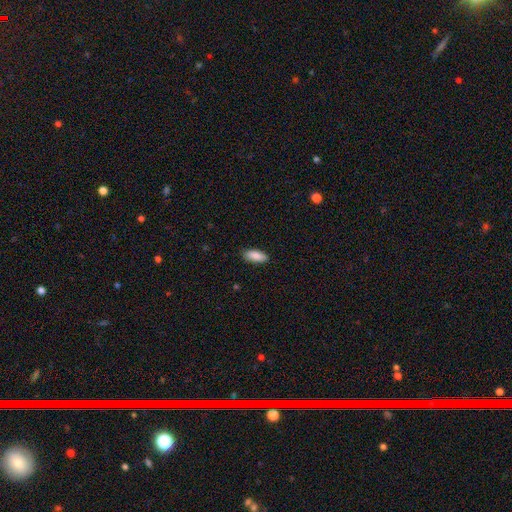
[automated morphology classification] smooth-or-featured: smooth: 87% | featured or disk: 7% | star or artifact: 6%
  how-rounded: in between: 82% | cigar-shaped: 16% | round: 2%
  merging: none: 88% | minor disturbance: 9% | major disturbance: 2% | merger: 1%